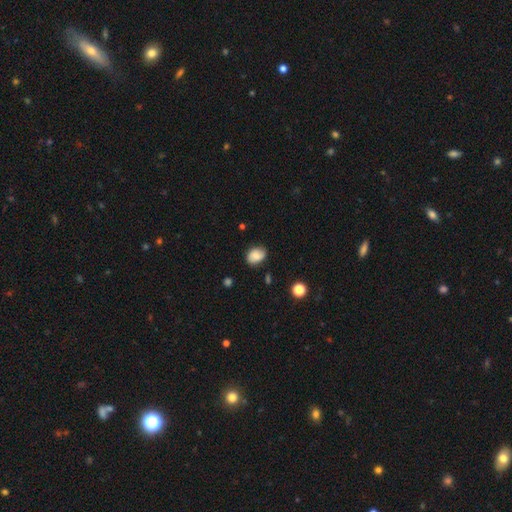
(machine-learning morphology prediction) This appears to be a smooth galaxy with no disk features (68%) that is in between round and cigar-shaped (69%). Merging: none (76%).